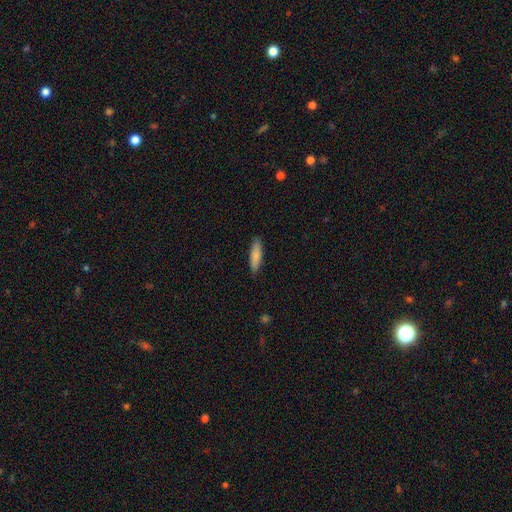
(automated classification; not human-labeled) smooth-or-featured: smooth: 84% | featured or disk: 10% | star or artifact: 6%
  how-rounded: cigar-shaped: 68% | in between: 30% | round: 1%
  merging: none: 88% | minor disturbance: 9% | major disturbance: 2% | merger: 1%